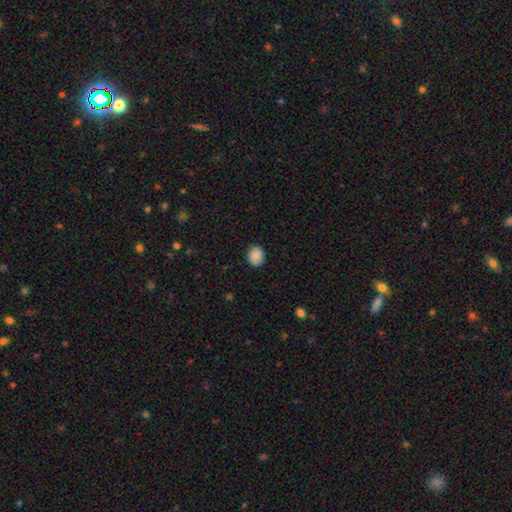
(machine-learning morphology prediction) smooth_or_featured: smooth (p=0.87) [alt: star or artifact p=0.08]
how_rounded: round (p=0.61) [alt: in between p=0.38]
merging: none (p=0.85) [alt: minor disturbance p=0.11]